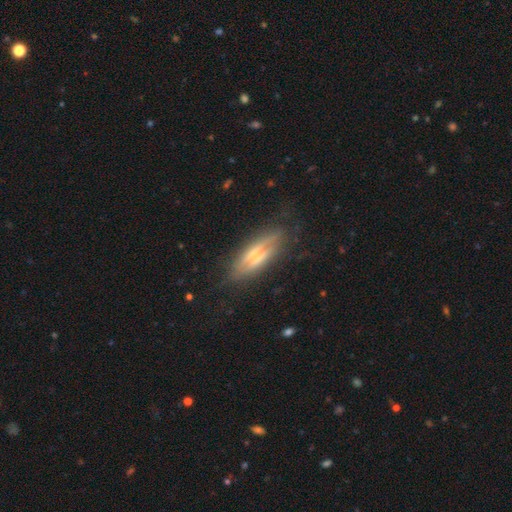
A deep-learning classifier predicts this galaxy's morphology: This appears to be a featured or disk galaxy (63%) viewed edge-on (85%) with a rounded central bulge (60%). Merging: none (72%).